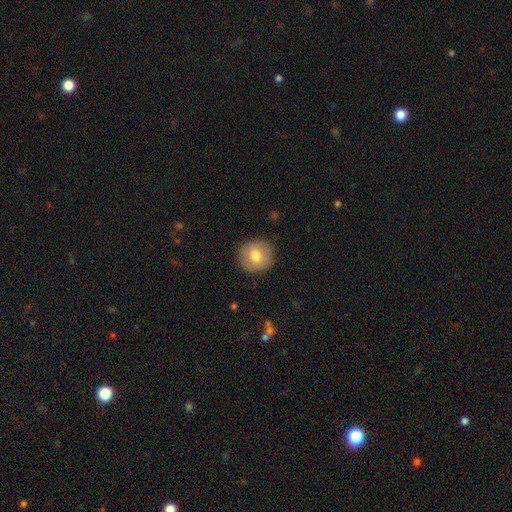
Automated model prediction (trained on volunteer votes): A smooth galaxy with no disk features (74%) that is round (93%). Merging: none (88%).